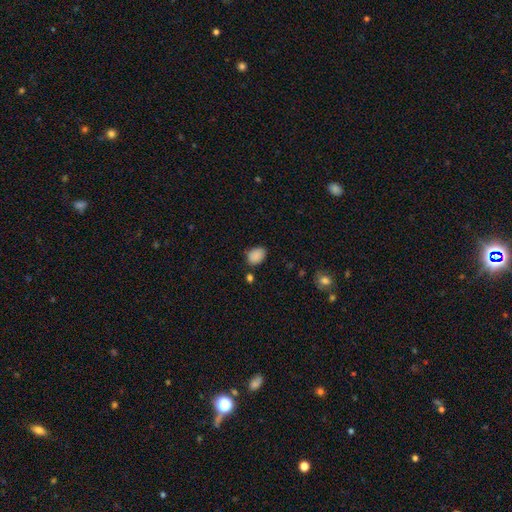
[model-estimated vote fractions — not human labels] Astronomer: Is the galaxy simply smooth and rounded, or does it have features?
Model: smooth — 87%.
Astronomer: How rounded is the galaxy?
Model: in between — 75%.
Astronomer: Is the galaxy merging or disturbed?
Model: none — 72%.